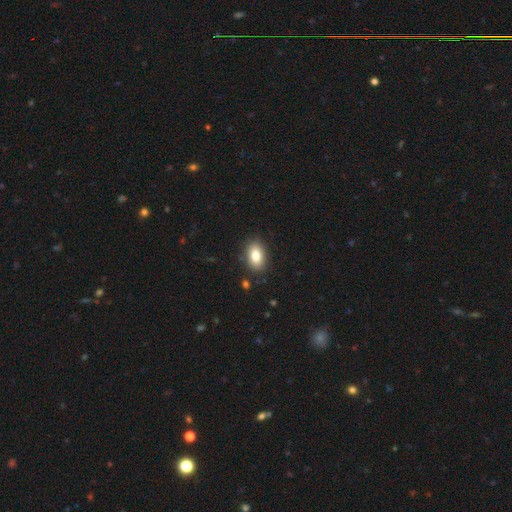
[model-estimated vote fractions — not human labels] smooth_or_featured: smooth (p=0.83) [alt: featured or disk p=0.09]
how_rounded: in between (p=0.89) [alt: round p=0.09]
merging: none (p=0.86) [alt: minor disturbance p=0.10]